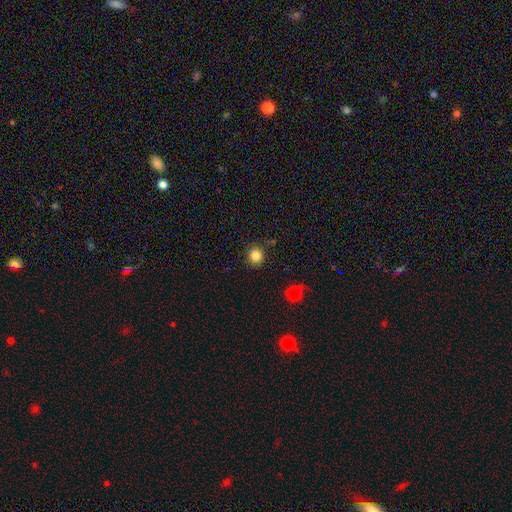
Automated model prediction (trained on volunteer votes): Smooth or featured: smooth — 84% (star or artifact — 11%)
How rounded: round — 86% (in between — 13%)
Merging: none — 86% (minor disturbance — 9%)